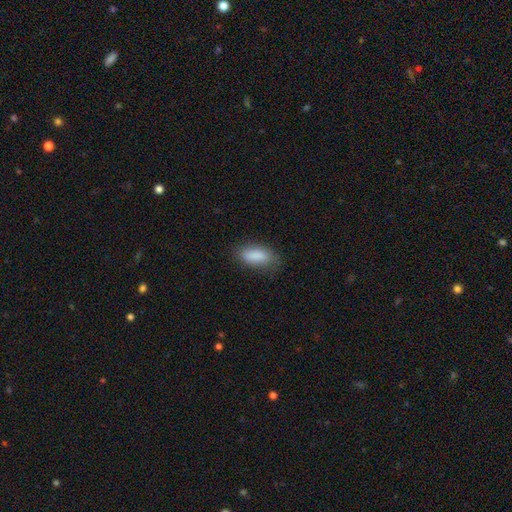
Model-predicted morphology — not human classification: Q: Smooth or featured?
A: smooth (86%); runner-up: featured or disk (8%)
Q: How rounded?
A: in between (81%); runner-up: cigar-shaped (16%)
Q: Merging?
A: none (73%); runner-up: minor disturbance (20%)